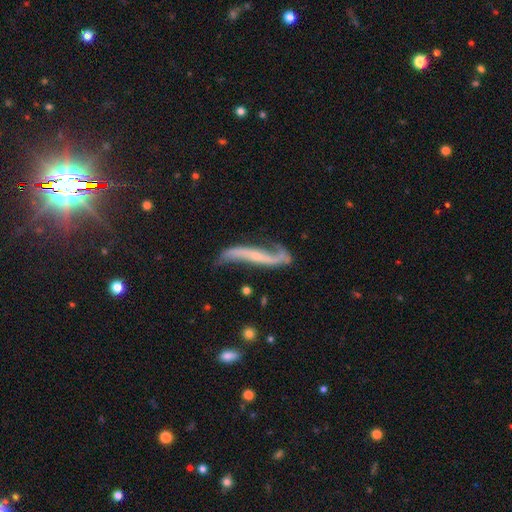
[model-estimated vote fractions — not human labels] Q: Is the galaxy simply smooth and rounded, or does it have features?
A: featured or disk — 83%.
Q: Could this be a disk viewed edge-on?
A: no — 75%.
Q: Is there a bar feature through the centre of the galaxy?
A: no — 45%.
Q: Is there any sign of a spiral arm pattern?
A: yes — 92%.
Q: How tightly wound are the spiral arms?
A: loose — 88%.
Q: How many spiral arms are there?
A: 2 — 90%.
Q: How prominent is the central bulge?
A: small — 61%.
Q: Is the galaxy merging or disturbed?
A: none — 55%.